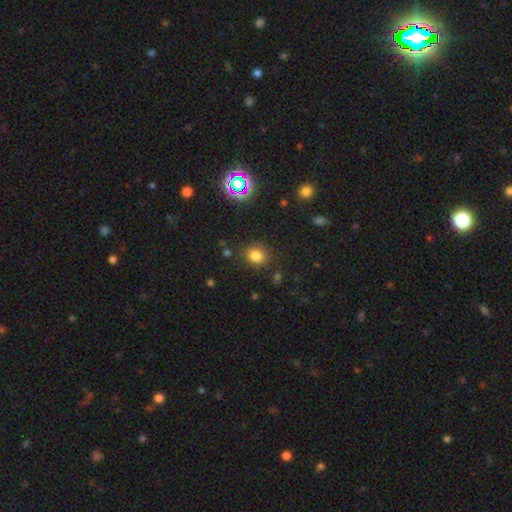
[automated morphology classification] This appears to be a smooth galaxy with no disk features (79%) that is round (73%). Merging: none (85%).